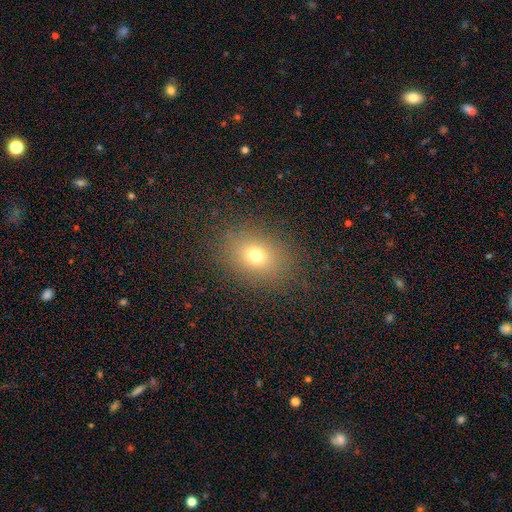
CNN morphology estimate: smooth_or_featured: smooth (p=0.71) [alt: star or artifact p=0.17]
how_rounded: in between (p=0.59) [alt: round p=0.40]
merging: none (p=0.85) [alt: minor disturbance p=0.09]